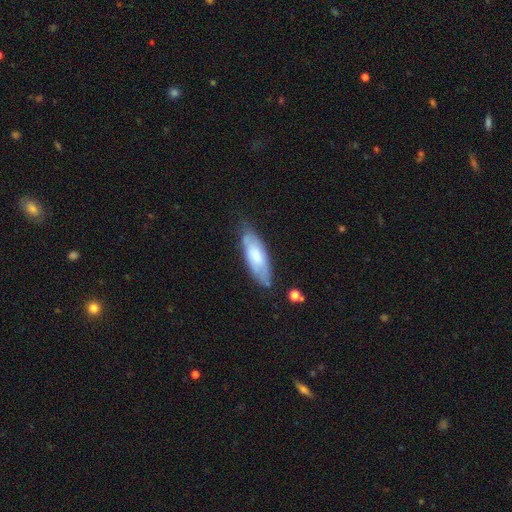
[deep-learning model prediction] Smooth or featured?
  - smooth: 61% *
  - featured or disk: 33%
  - star or artifact: 6%
How rounded?
  - in between: 64% *
  - cigar-shaped: 34%
  - round: 2%
Merging?
  - none: 67% *
  - minor disturbance: 25%
  - major disturbance: 6%
  - merger: 3%